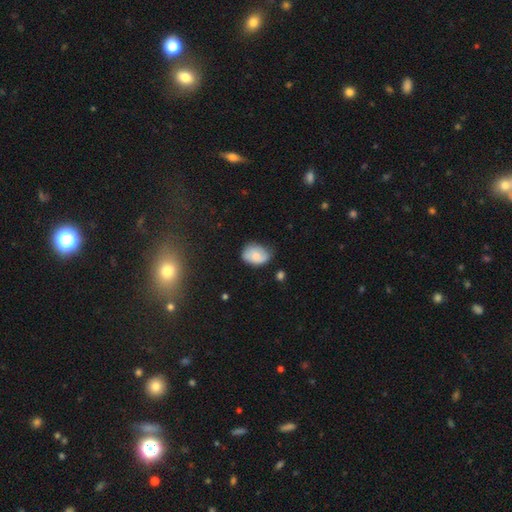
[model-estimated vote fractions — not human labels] Overall: smooth (72%). How rounded: in between (75%). Merging: none (60%; minor disturbance 32%).